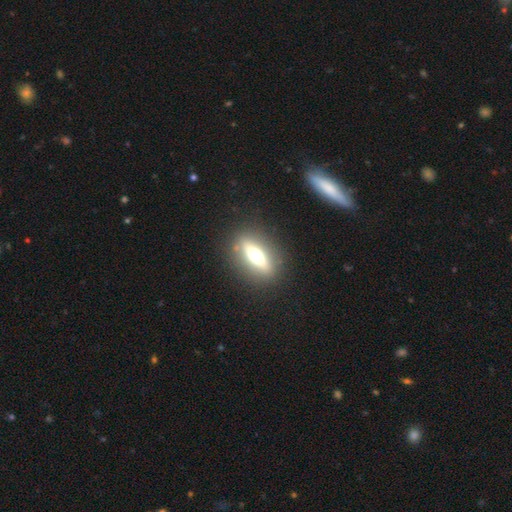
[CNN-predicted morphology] Smooth or featured? featured or disk (48%)
Merging? none (85%)